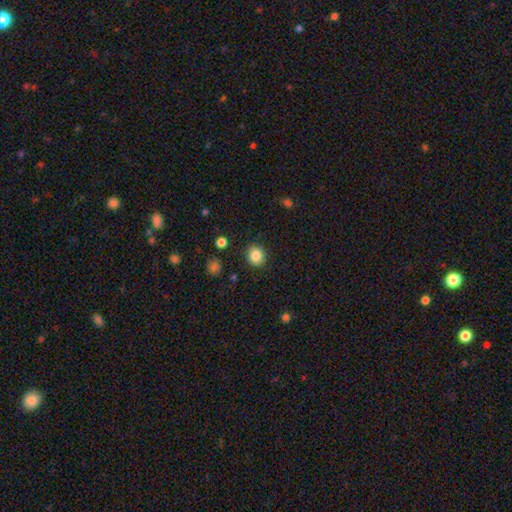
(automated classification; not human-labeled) Smooth or featured?
  - smooth: 85% *
  - star or artifact: 10%
  - featured or disk: 5%
How rounded?
  - round: 81% *
  - in between: 18%
  - cigar-shaped: 1%
Merging?
  - none: 89% *
  - minor disturbance: 7%
  - major disturbance: 2%
  - merger: 2%